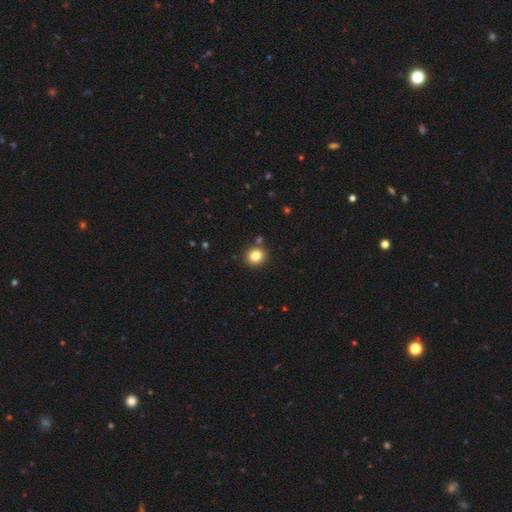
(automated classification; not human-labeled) Smooth or featured?
  - smooth: 83% *
  - star or artifact: 12%
  - featured or disk: 6%
How rounded?
  - round: 85% *
  - in between: 14%
  - cigar-shaped: 1%
Merging?
  - none: 85% *
  - minor disturbance: 8%
  - merger: 6%
  - major disturbance: 2%